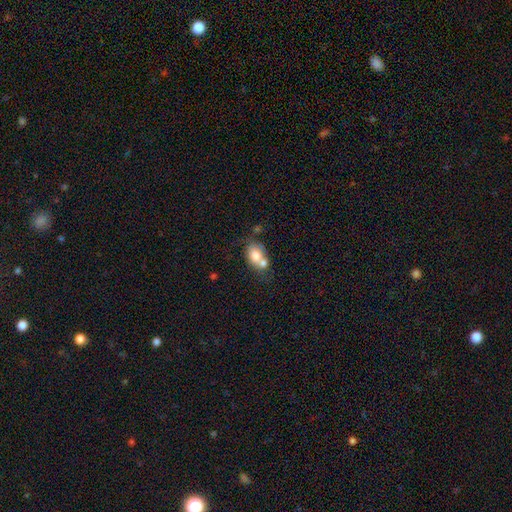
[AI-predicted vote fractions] Smooth or featured?
  - smooth: 73% *
  - featured or disk: 19%
  - star or artifact: 8%
How rounded?
  - in between: 66% *
  - round: 32%
  - cigar-shaped: 2%
Merging?
  - merger: 53% *
  - none: 30%
  - minor disturbance: 12%
  - major disturbance: 6%